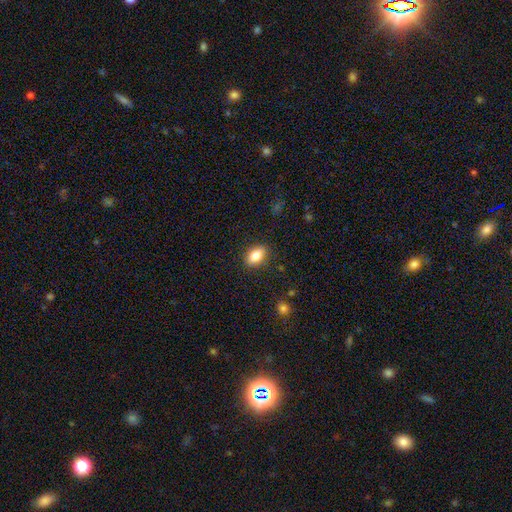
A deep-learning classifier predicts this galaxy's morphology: Q: Smooth or featured?
A: smooth (83%); runner-up: featured or disk (10%)
Q: How rounded?
A: in between (87%); runner-up: round (10%)
Q: Merging?
A: none (87%); runner-up: minor disturbance (9%)